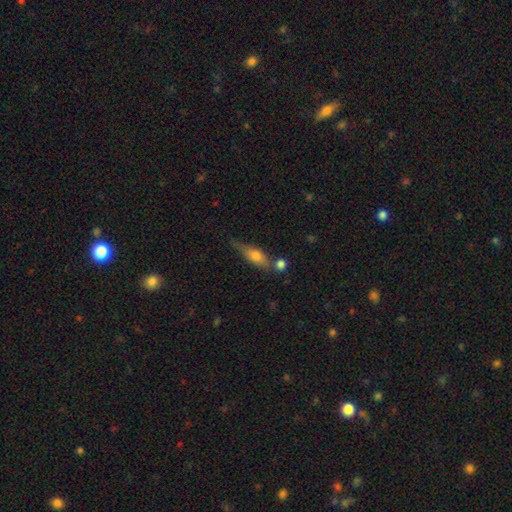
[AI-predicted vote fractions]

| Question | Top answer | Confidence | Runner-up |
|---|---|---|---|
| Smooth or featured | smooth | 61% | featured or disk (32%) |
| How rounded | in between | 56% | cigar-shaped (39%) |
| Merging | none | 51% | minor disturbance (23%) |